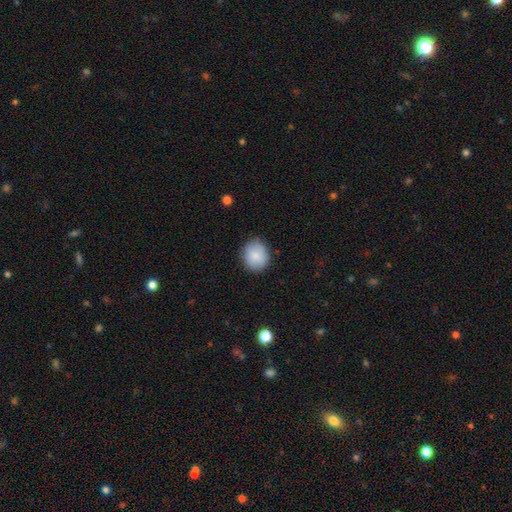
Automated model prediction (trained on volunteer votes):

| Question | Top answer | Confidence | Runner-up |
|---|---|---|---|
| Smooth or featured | smooth | 84% | featured or disk (8%) |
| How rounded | round | 77% | in between (22%) |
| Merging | none | 85% | minor disturbance (11%) |